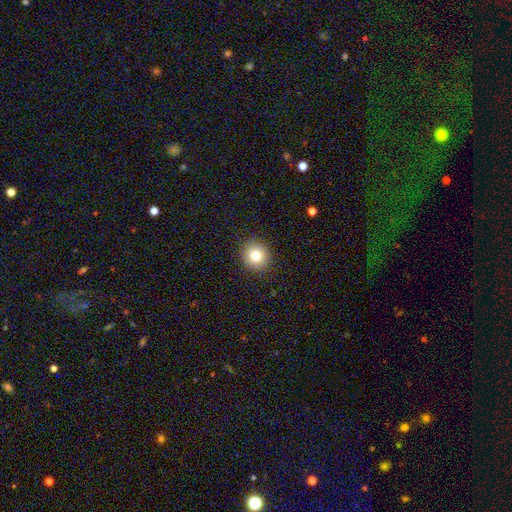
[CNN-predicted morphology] Q: Smooth or featured?
A: smooth (81%); runner-up: star or artifact (11%)
Q: How rounded?
A: round (87%); runner-up: in between (12%)
Q: Merging?
A: none (91%); runner-up: minor disturbance (6%)